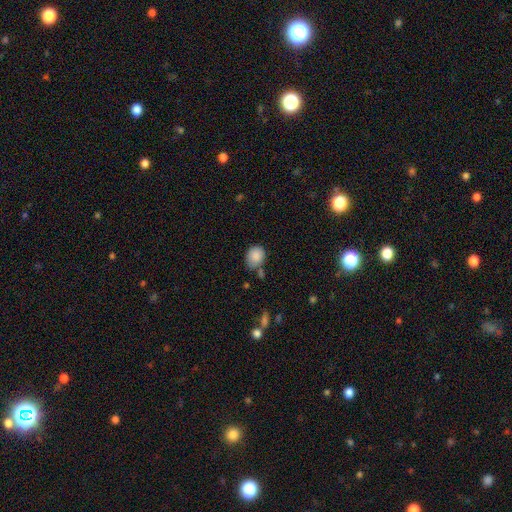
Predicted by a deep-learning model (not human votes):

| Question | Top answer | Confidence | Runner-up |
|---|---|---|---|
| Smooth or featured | smooth | 87% | star or artifact (8%) |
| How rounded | round | 57% | in between (42%) |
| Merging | none | 64% | minor disturbance (22%) |